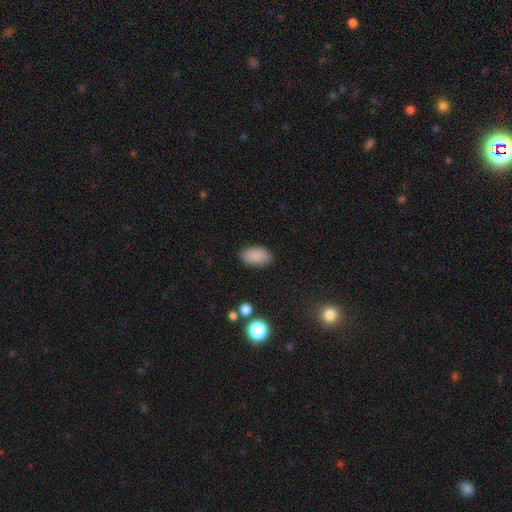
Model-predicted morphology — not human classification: Smooth or featured? smooth (88%)
How rounded? in between (94%)
Merging? none (87%)